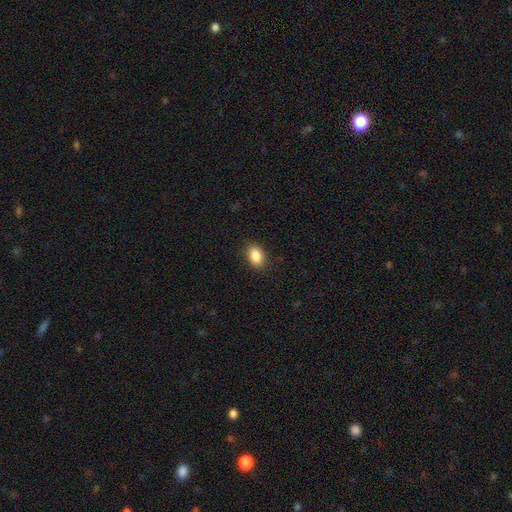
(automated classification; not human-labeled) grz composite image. It shows a smooth galaxy with no disk features (87%) that is in between round and cigar-shaped (85%). Merging: none (88%).